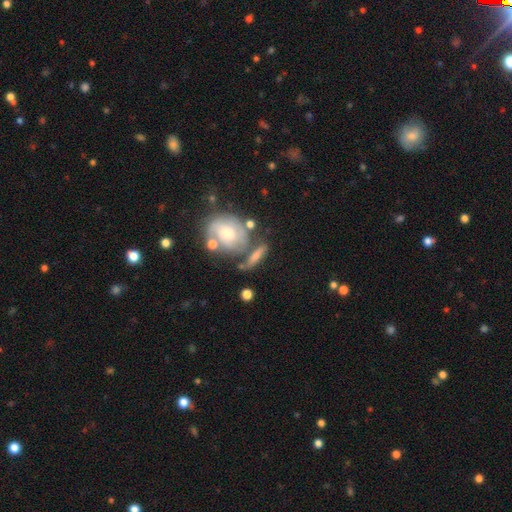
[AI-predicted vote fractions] smooth_or_featured: smooth (p=0.52) [alt: featured or disk p=0.40]
how_rounded: cigar-shaped (p=0.50) [alt: in between p=0.38]
merging: none (p=0.49) [alt: merger p=0.22]